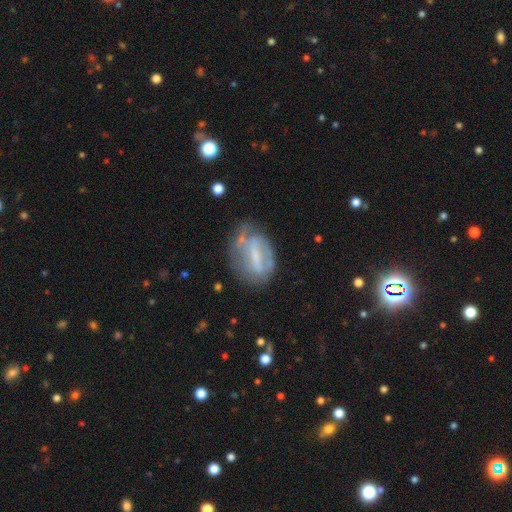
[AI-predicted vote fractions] This appears to be a featured or disk galaxy (64%) with a strong bar (50%), spiral arms (56%) and a small central bulge (37%). Merging: none (51%).